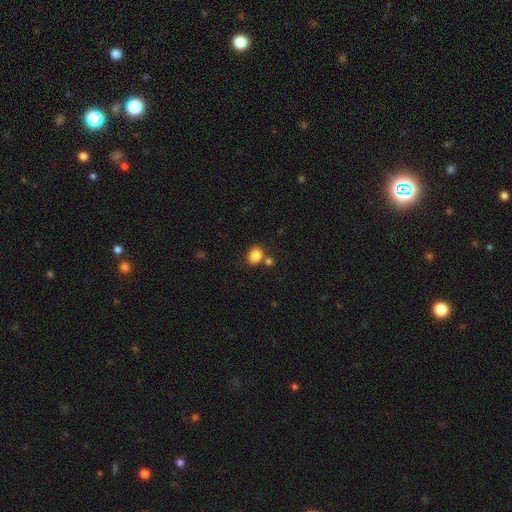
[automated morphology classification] type=smooth (85%); roundness=round (63%); merging=none (66%).